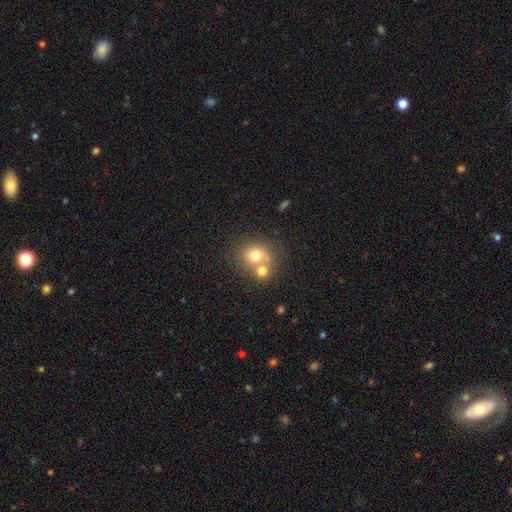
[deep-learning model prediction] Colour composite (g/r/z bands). It shows a smooth galaxy with no disk features (71%) that is round (73%). Merging: merger (51%).